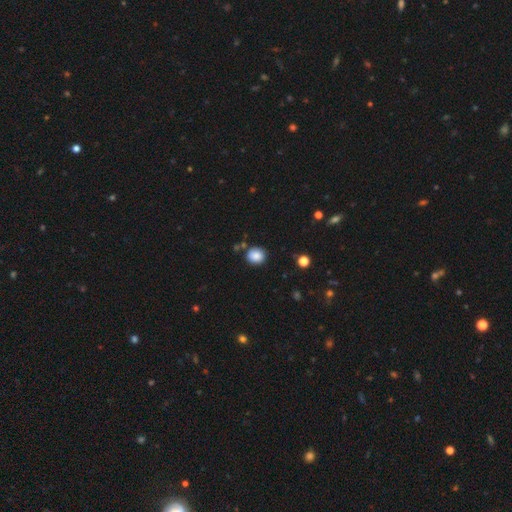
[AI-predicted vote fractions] Q: Smooth or featured?
A: smooth (86%); runner-up: star or artifact (9%)
Q: How rounded?
A: round (80%); runner-up: in between (19%)
Q: Merging?
A: none (83%); runner-up: minor disturbance (10%)